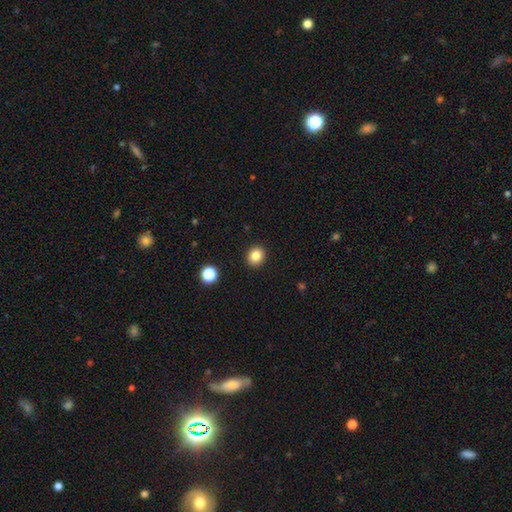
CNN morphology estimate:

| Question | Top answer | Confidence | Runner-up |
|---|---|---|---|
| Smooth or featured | smooth | 83% | star or artifact (11%) |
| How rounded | round | 80% | in between (19%) |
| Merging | none | 92% | minor disturbance (5%) |